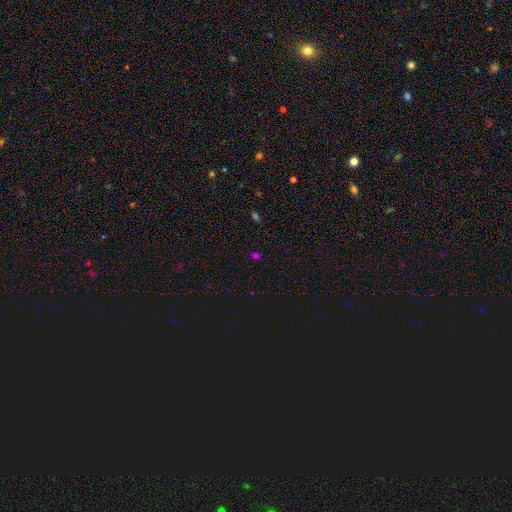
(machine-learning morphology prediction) Smooth or featured: smooth — 48% (star or artifact — 46%)
Merging: none — 78% (minor disturbance — 12%)